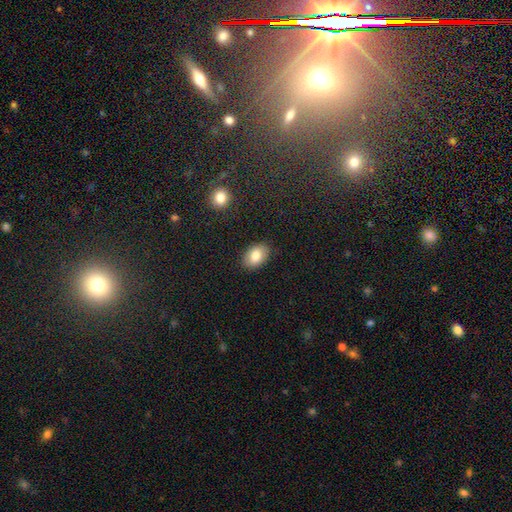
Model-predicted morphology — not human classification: This is clearly a smooth galaxy (82%). How rounded: clearly in between (86%). Merging: clearly none (88%).